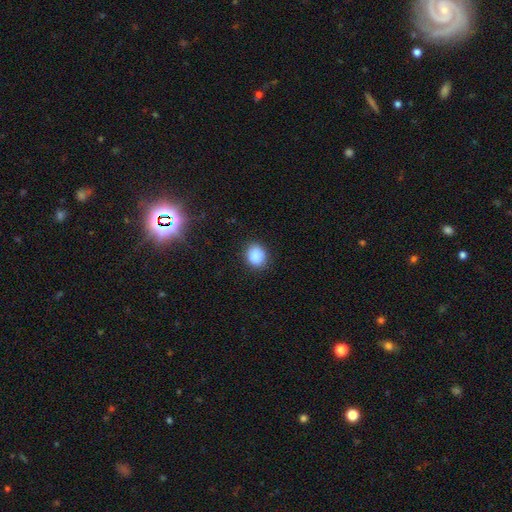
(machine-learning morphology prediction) Q: Smooth or featured?
A: smooth (88%); runner-up: star or artifact (8%)
Q: How rounded?
A: round (60%); runner-up: in between (39%)
Q: Merging?
A: none (86%); runner-up: minor disturbance (10%)